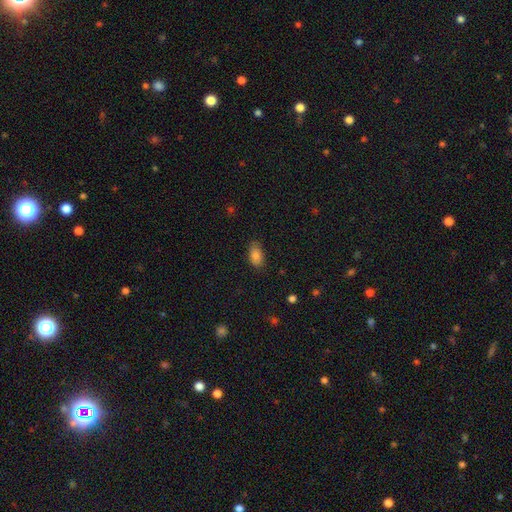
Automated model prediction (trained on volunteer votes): Q: Smooth or featured?
A: smooth (84%); runner-up: star or artifact (8%)
Q: How rounded?
A: in between (92%); runner-up: round (6%)
Q: Merging?
A: none (77%); runner-up: minor disturbance (18%)